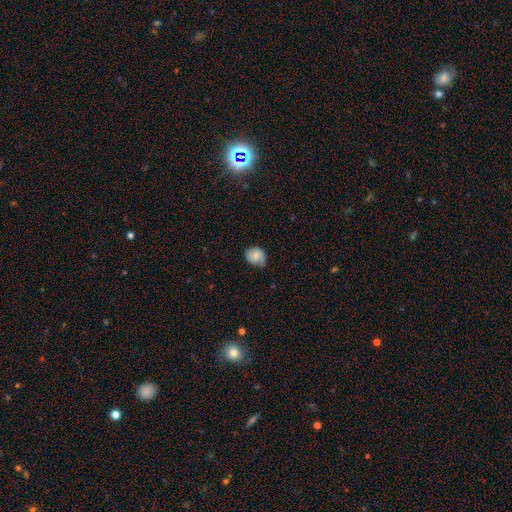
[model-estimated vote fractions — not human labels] smooth 77%, featured or disk 15%, star or artifact 8%. Down the decision tree: how rounded — round (58%); merging — none (58%).